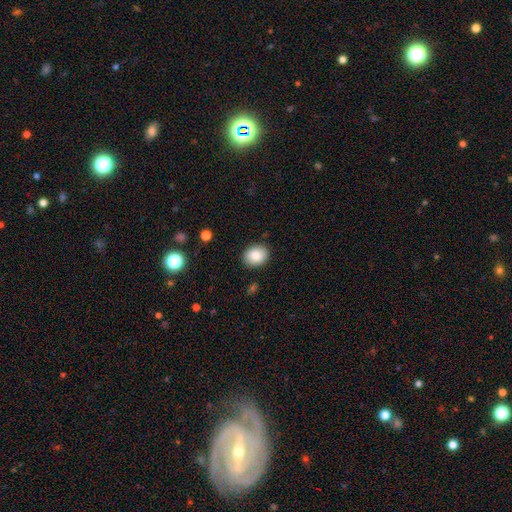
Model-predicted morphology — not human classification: A smooth galaxy with no disk features (85%) that is in between round and cigar-shaped (51%).

Vote fractions:
- Smooth or featured? smooth: 85% / star or artifact: 8% / featured or disk: 7%
- How rounded? in between: 51% / round: 48% / cigar-shaped: 1%
- Merging? none: 89% / minor disturbance: 8% / major disturbance: 2% / merger: 1%